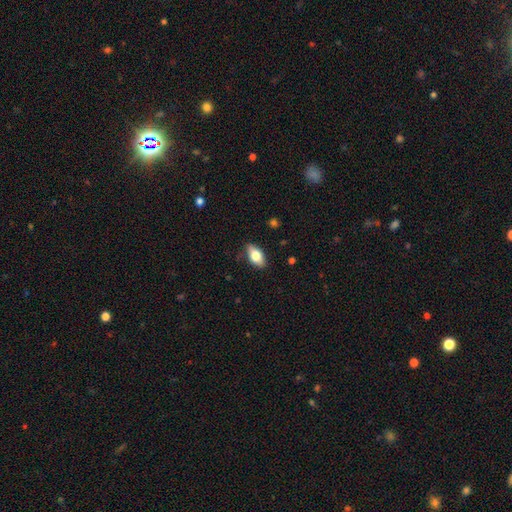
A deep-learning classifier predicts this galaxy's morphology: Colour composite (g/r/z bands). It shows a smooth galaxy with no disk features (72%) that is in between round and cigar-shaped (87%). Merging: none (83%).